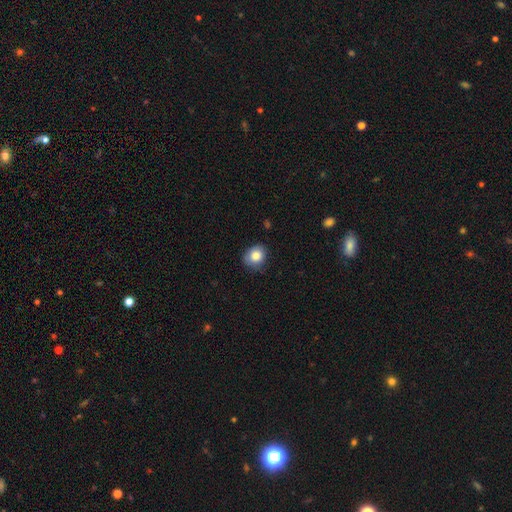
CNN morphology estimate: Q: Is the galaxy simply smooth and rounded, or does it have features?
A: smooth — 83%.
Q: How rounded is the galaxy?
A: round — 66%.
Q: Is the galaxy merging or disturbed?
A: none — 76%.